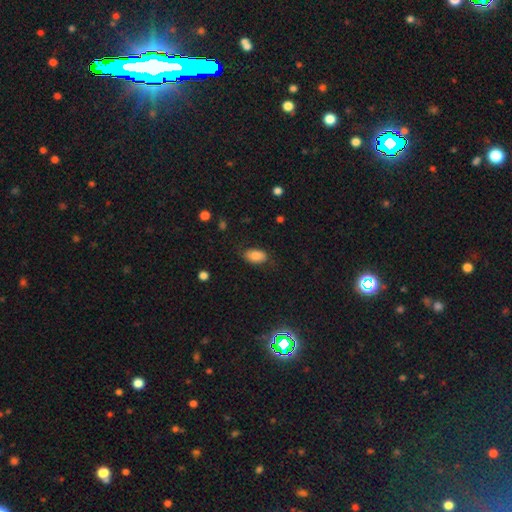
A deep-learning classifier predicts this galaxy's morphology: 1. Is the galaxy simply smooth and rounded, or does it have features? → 78% smooth, 14% featured or disk, 8% star or artifact.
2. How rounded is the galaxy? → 91% in between, 7% round, 2% cigar-shaped.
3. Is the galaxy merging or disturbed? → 70% none, 21% minor disturbance, 8% major disturbance, 1% merger.